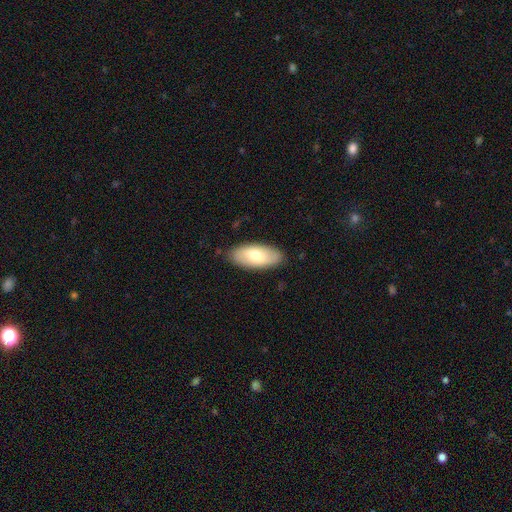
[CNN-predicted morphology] A smooth galaxy with no disk features (71%) that is in between round and cigar-shaped (90%).

Vote fractions:
- Smooth or featured? smooth: 71% / featured or disk: 23% / star or artifact: 5%
- How rounded? in between: 90% / cigar-shaped: 7% / round: 2%
- Merging? none: 86% / minor disturbance: 11% / major disturbance: 2% / merger: 1%